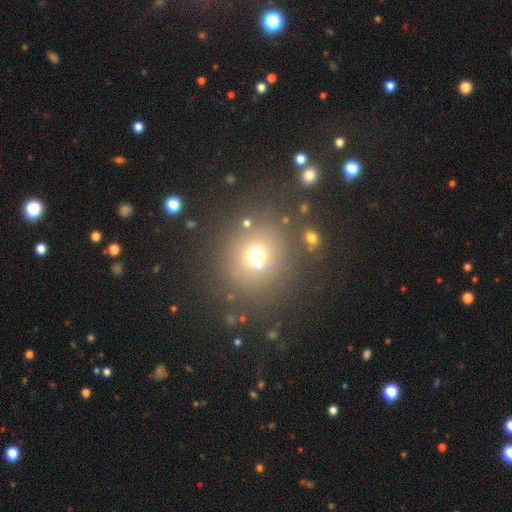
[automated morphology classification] Q: Smooth or featured?
A: smooth (64%); runner-up: star or artifact (24%)
Q: How rounded?
A: round (87%); runner-up: in between (12%)
Q: Merging?
A: none (73%); runner-up: merger (11%)